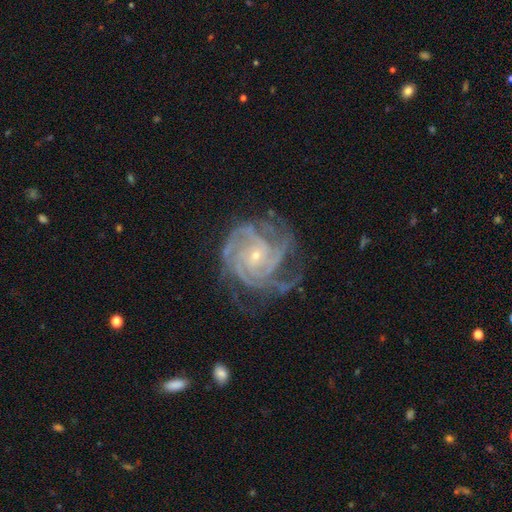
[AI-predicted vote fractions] A featured or disk galaxy (91%) with no bar (69%), 4 (36%) tight (71%) spiral arms (98%) and a small central bulge (83%).

Vote fractions:
- Smooth or featured? featured or disk: 91% / star or artifact: 6% / smooth: 3%
- Edge-on disk? no: 98% / yes: 2%
- Bar? no: 69% / weak: 22% / strong: 8%
- Spiral arms? yes: 98% / no: 2%
- Spiral winding? tight: 71% / medium: 26% / loose: 3%
- Spiral arm count? 4: 36% / 3: 25% / can't tell: 13% / more than 4: 10% / 2: 9% / 1: 6%
- Bulge size? small: 83% / moderate: 13% / none: 2% / large: 1% / dominant: 1%
- Merging? none: 67% / minor disturbance: 20% / major disturbance: 11% / merger: 2%